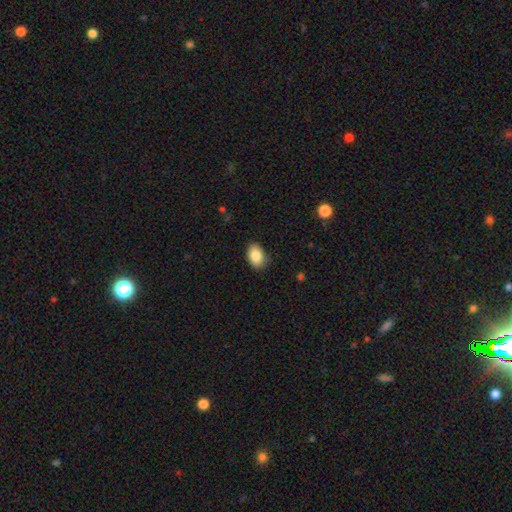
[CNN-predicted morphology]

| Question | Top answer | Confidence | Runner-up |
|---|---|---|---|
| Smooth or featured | smooth | 86% | star or artifact (7%) |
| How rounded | in between | 88% | round (11%) |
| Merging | none | 83% | minor disturbance (13%) |